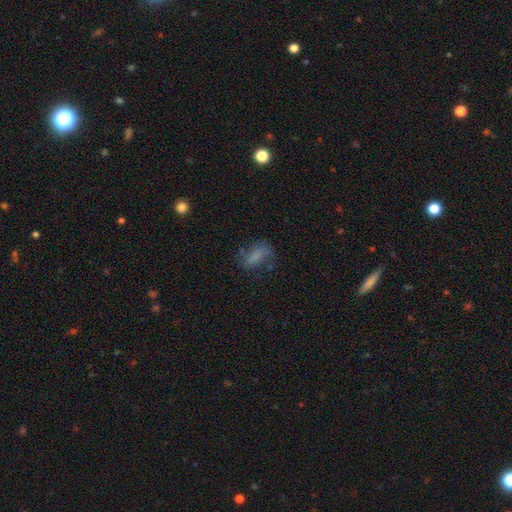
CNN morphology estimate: This appears to be a smooth galaxy with no disk features (67%) that is in between round and cigar-shaped (77%). Merging: none (52%).